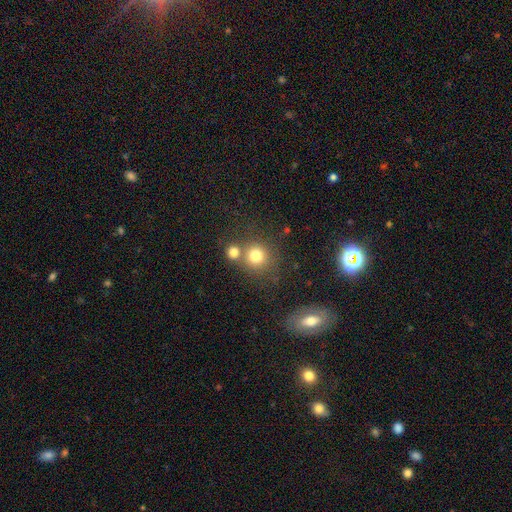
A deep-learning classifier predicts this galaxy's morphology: Overall: smooth (78%). How rounded: round (89%). Merging: none (59%; merger 28%).